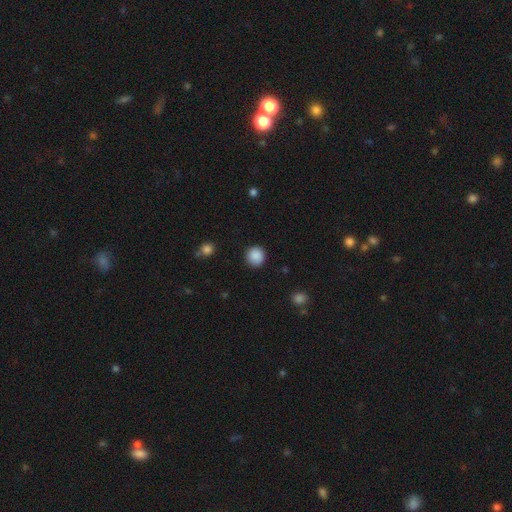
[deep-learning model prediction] Smooth or featured? smooth (88%)
How rounded? round (94%)
Merging? none (90%)